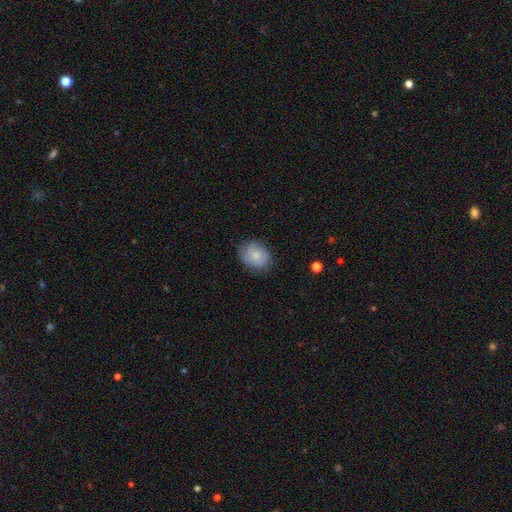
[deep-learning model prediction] A smooth galaxy with no disk features (78%) that is in between round and cigar-shaped (52%). Merging: none (79%).